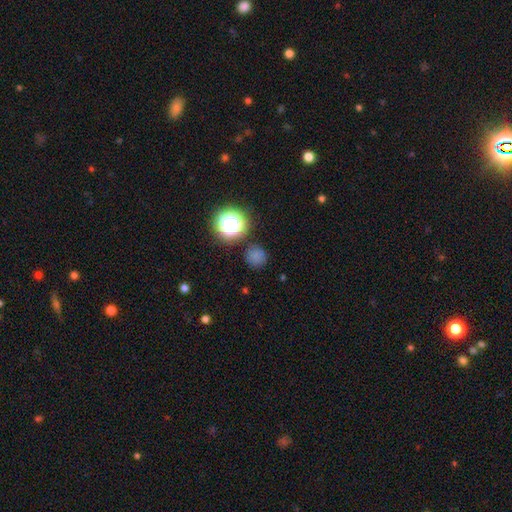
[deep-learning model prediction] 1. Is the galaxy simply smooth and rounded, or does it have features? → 71% smooth, 22% star or artifact, 7% featured or disk.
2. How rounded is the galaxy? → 91% round, 8% in between, 1% cigar-shaped.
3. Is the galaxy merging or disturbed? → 80% none, 12% minor disturbance, 4% major disturbance, 4% merger.